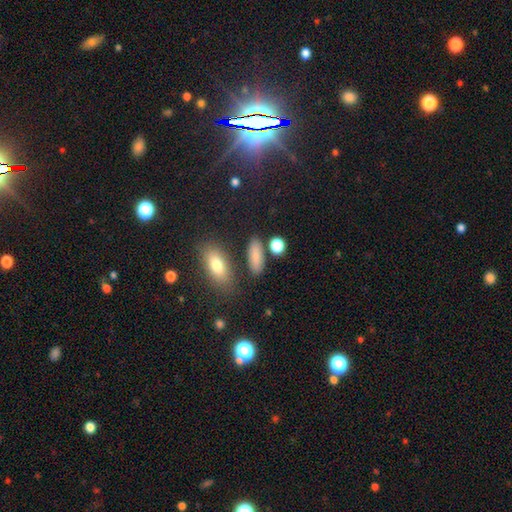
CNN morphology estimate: Smooth or featured?
  - smooth: 83% *
  - star or artifact: 10%
  - featured or disk: 7%
How rounded?
  - in between: 72% *
  - cigar-shaped: 16%
  - round: 11%
Merging?
  - none: 81% *
  - minor disturbance: 11%
  - merger: 5%
  - major disturbance: 4%